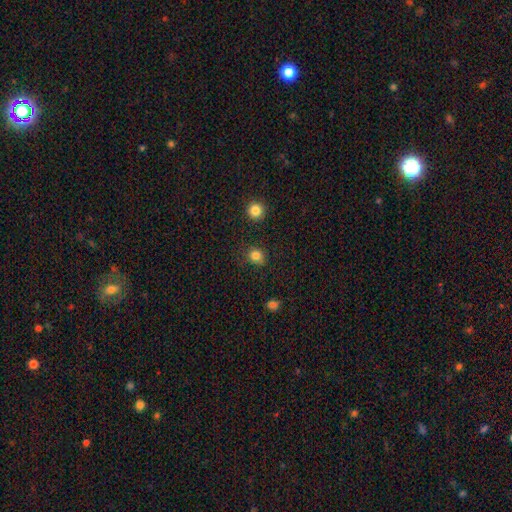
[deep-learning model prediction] smooth-or-featured: smooth: 82% | star or artifact: 13% | featured or disk: 5%
  how-rounded: round: 72% | in between: 27% | cigar-shaped: 1%
  merging: none: 83% | minor disturbance: 12% | major disturbance: 3% | merger: 2%